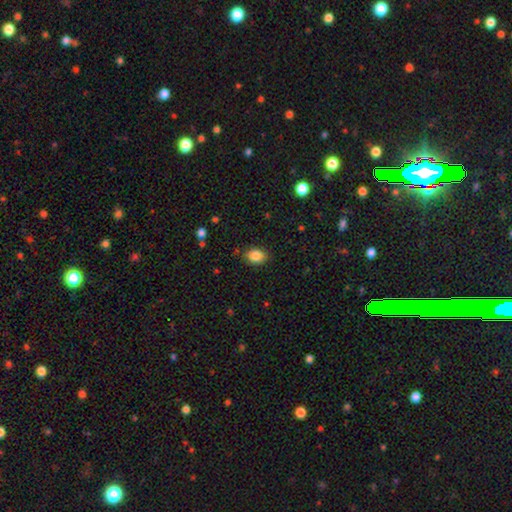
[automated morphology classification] Overall: smooth (86%). How rounded: in between (70%). Merging: none (86%).